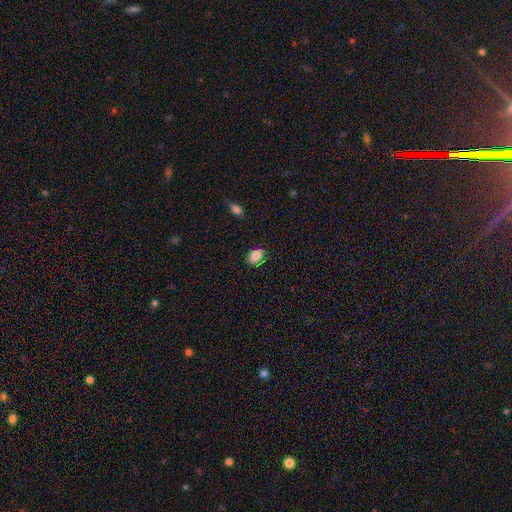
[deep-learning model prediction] This appears to be a smooth galaxy with no disk features (86%) that is in between round and cigar-shaped (74%). Merging: none (83%).